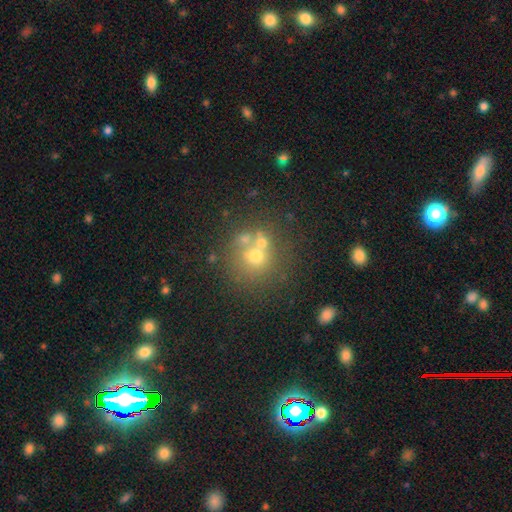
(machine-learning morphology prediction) Smooth or featured? smooth (58%)
How rounded? round (88%)
Merging? none (53%)